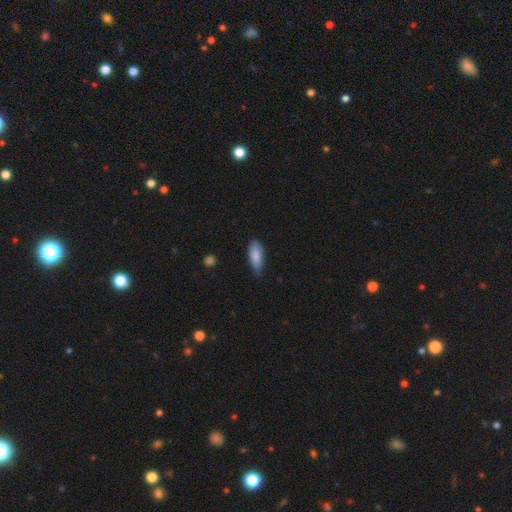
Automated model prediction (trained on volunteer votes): smooth_or_featured: smooth (p=0.86) [alt: featured or disk p=0.09]
how_rounded: in between (p=0.76) [alt: cigar-shaped p=0.22]
merging: none (p=0.71) [alt: minor disturbance p=0.24]